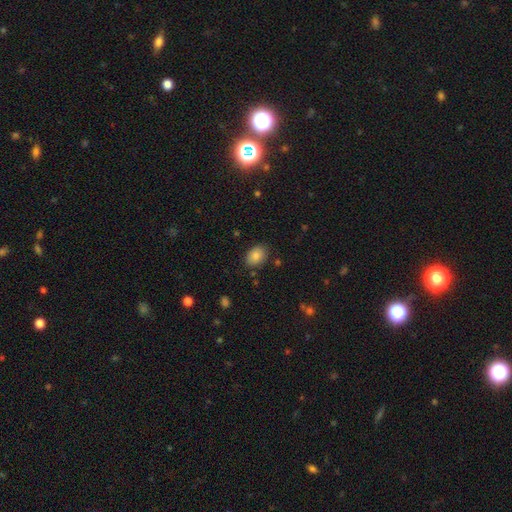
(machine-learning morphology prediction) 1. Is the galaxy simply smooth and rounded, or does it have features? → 84% smooth, 9% star or artifact, 7% featured or disk.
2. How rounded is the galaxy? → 79% in between, 20% round, 1% cigar-shaped.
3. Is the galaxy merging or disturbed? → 84% none, 11% minor disturbance, 3% major disturbance, 2% merger.